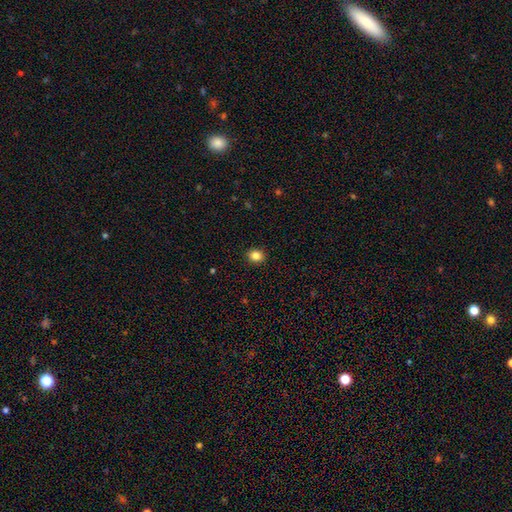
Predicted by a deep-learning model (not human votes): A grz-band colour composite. It shows a smooth galaxy with no disk features (85%) that is round (58%). Merging: none (91%).